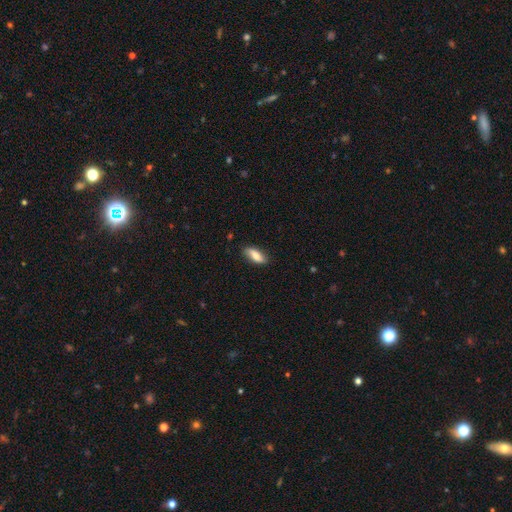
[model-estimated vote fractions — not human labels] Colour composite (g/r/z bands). It shows a smooth galaxy with no disk features (73%) that is in between round and cigar-shaped (77%). Merging: none (78%).